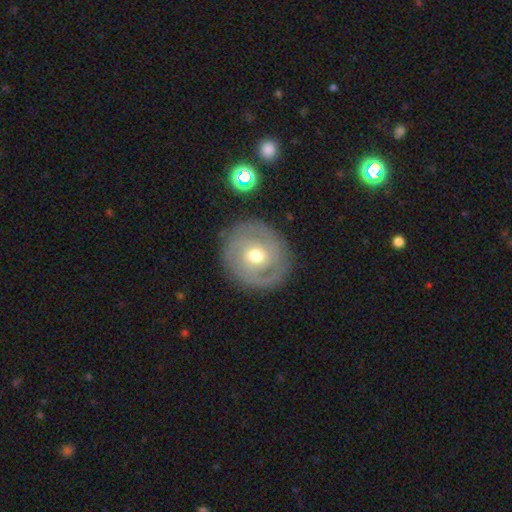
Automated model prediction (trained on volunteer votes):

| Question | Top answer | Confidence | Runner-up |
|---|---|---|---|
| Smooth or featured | featured or disk | 67% | smooth (26%) |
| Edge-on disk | no | 97% | yes (3%) |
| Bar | no | 63% | weak (30%) |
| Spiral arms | yes | 74% | no (26%) |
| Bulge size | moderate | 71% | small (20%) |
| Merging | none | 83% | minor disturbance (11%) |